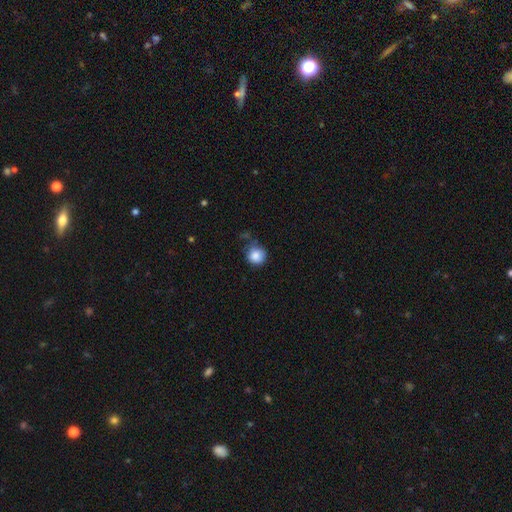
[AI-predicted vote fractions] This appears to be a smooth galaxy with no disk features (85%) that is round (89%). Merging: none (58%).